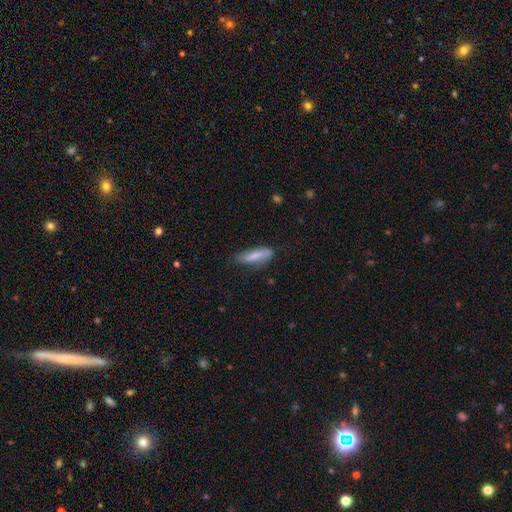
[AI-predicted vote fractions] Smooth or featured? Predicted: smooth (p=0.73). How rounded? Predicted: cigar-shaped (p=0.58). Merging? Predicted: none (p=0.64).